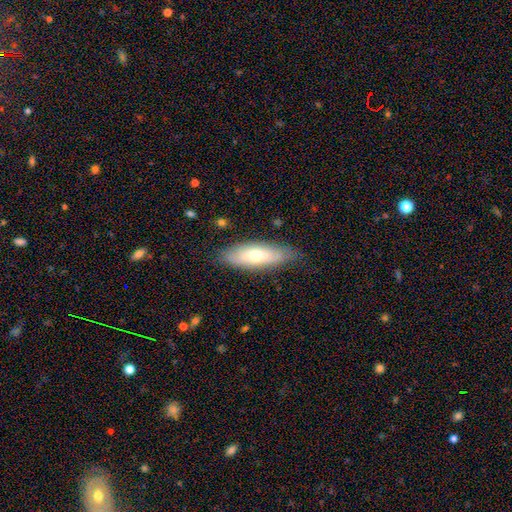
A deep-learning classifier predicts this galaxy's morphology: smooth-or-featured: smooth: 61% | featured or disk: 33% | star or artifact: 7%
  how-rounded: in between: 59% | cigar-shaped: 39% | round: 2%
  merging: none: 79% | minor disturbance: 16% | major disturbance: 3% | merger: 1%